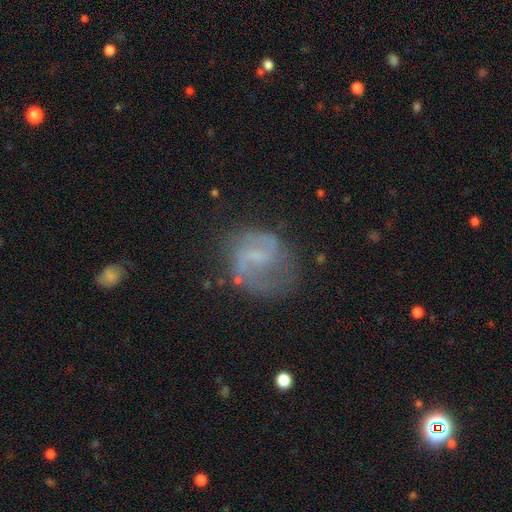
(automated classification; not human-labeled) featured or disk 72%, smooth 19%, star or artifact 9%. Down the decision tree: edge-on disk — no (98%); bar — weak (53%); spiral arms — yes (85%); spiral arm count — 2 (75%); spiral winding — medium (44%); bulge size — none (42%); merging — none (60%).